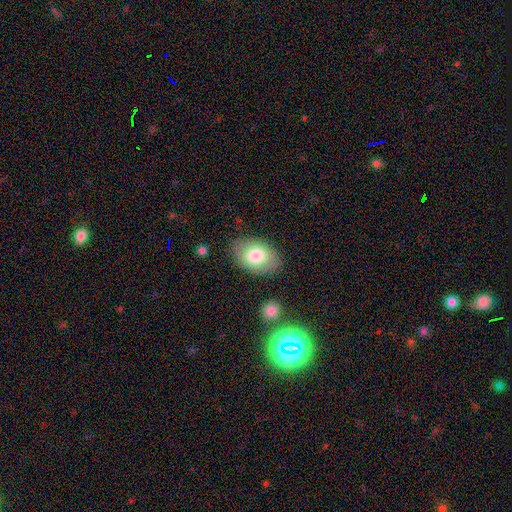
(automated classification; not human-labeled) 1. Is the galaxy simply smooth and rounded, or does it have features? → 78% smooth, 15% featured or disk, 7% star or artifact.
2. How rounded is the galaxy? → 87% in between, 12% round, 1% cigar-shaped.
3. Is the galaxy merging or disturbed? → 81% none, 13% minor disturbance, 4% major disturbance, 2% merger.